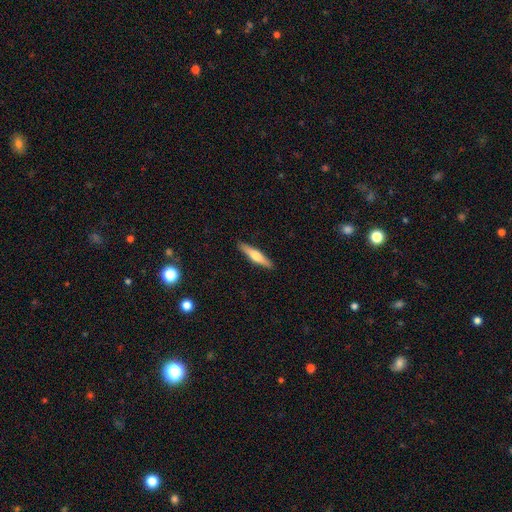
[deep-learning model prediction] Morphology: type=smooth (52%); roundness=cigar-shaped (84%); merging=none (91%).